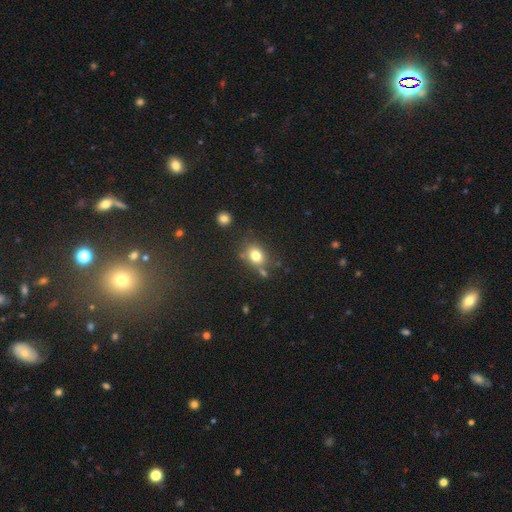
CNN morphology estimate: Smooth or featured? smooth (78%)
How rounded? round (58%)
Merging? none (67%)